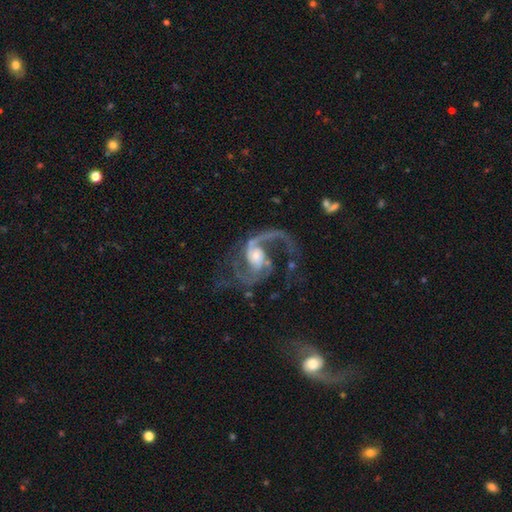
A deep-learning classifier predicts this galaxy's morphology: Smooth or featured? Predicted: featured or disk (p=0.91). Edge-on disk? Predicted: no (p=0.98). Bar? Predicted: no (p=0.54). Spiral arms? Predicted: yes (p=0.98). Spiral winding? Predicted: medium (p=0.49). Spiral arm count? Predicted: 2 (p=0.74). Bulge size? Predicted: small (p=0.51). Merging? Predicted: none (p=0.51).